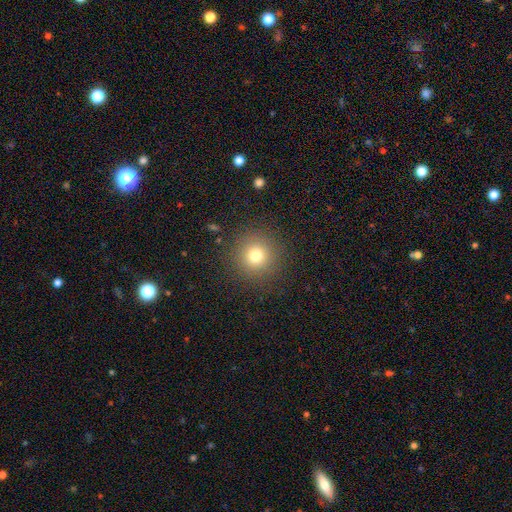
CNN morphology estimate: Smooth or featured? Predicted: smooth (p=0.75). How rounded? Predicted: round (p=0.94). Merging? Predicted: none (p=0.89).